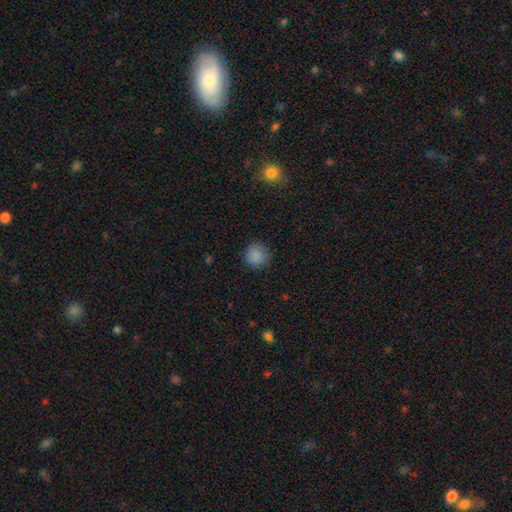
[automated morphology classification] type=smooth (86%); roundness=round (93%); merging=none (86%).